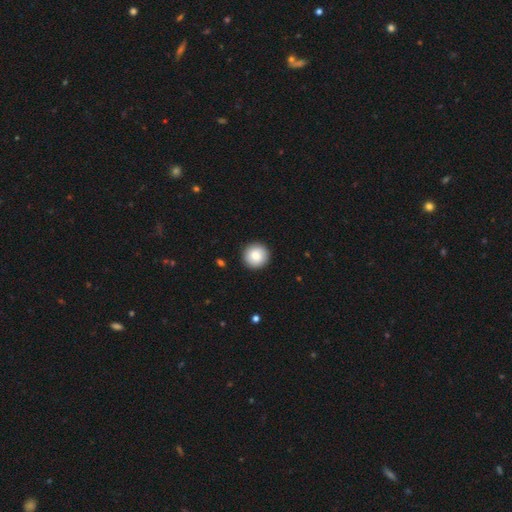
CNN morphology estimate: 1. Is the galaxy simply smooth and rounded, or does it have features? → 84% smooth, 8% featured or disk, 7% star or artifact.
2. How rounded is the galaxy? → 95% round, 4% in between, 1% cigar-shaped.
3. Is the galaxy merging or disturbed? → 93% none, 5% minor disturbance, 1% major disturbance, 1% merger.